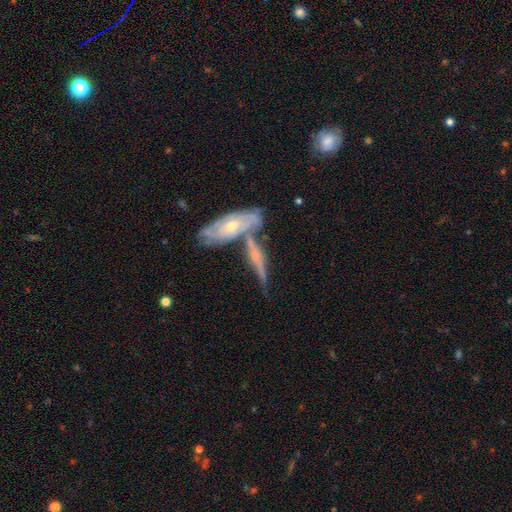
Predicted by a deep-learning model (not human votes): This is likely a featured or disk galaxy (70%). It is likely viewed edge-on (63%). Merging: marginally none (42%).